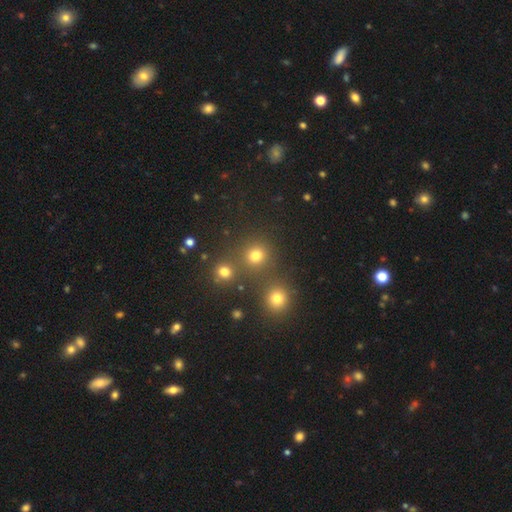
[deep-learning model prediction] Smooth or featured: smooth — 77% (star or artifact — 19%)
How rounded: round — 90% (in between — 9%)
Merging: none — 74% (merger — 17%)